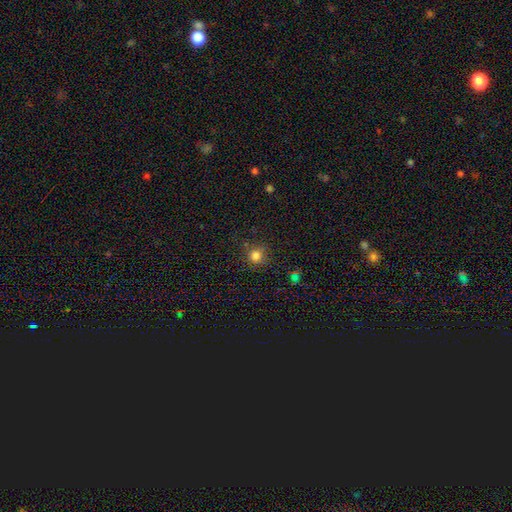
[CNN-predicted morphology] Smooth or featured? smooth (81%)
How rounded? round (91%)
Merging? none (81%)